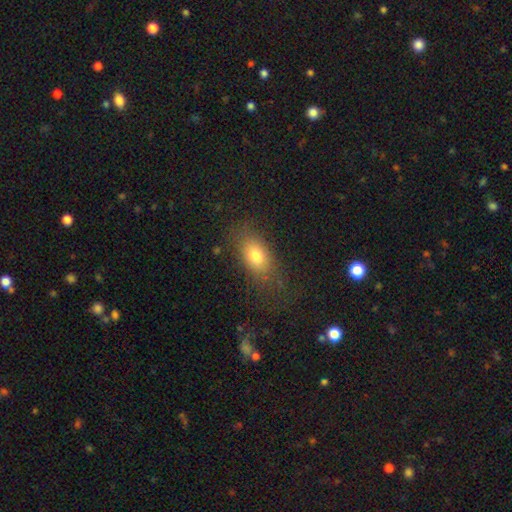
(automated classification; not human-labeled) Q: Smooth or featured?
A: smooth (76%); runner-up: featured or disk (14%)
Q: How rounded?
A: in between (80%); runner-up: round (16%)
Q: Merging?
A: none (74%); runner-up: minor disturbance (16%)